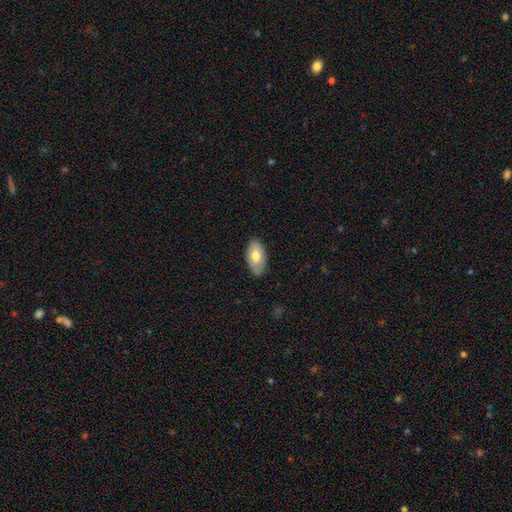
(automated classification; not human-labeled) smooth 71%, featured or disk 22%, star or artifact 6%. Down the decision tree: how rounded — in between (94%); merging — none (82%).